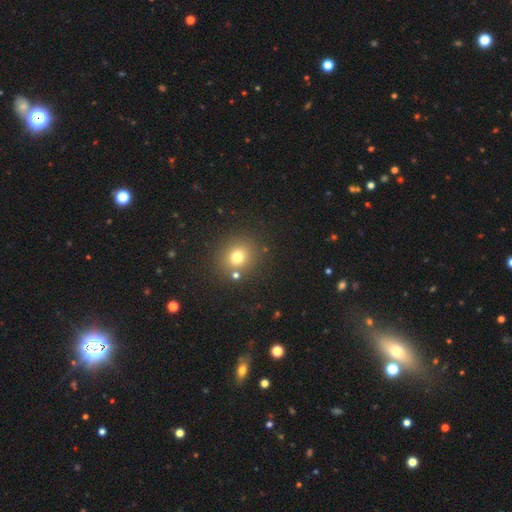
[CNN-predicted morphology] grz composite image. It shows a smooth galaxy with no disk features (55%) that is round (87%). Merging: none (85%).